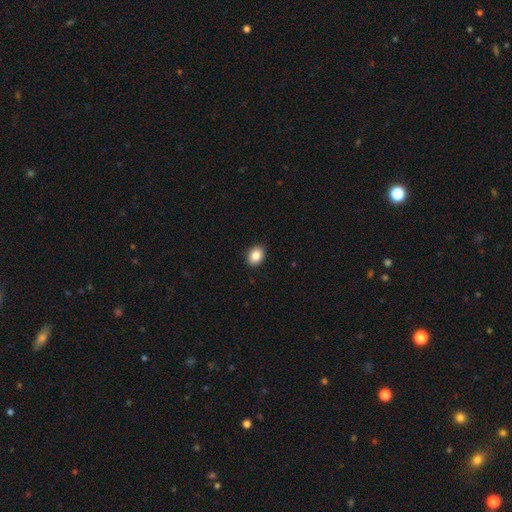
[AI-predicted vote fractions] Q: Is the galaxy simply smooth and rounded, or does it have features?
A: smooth — 87%.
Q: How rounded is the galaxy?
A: in between — 67%.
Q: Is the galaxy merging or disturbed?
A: none — 91%.